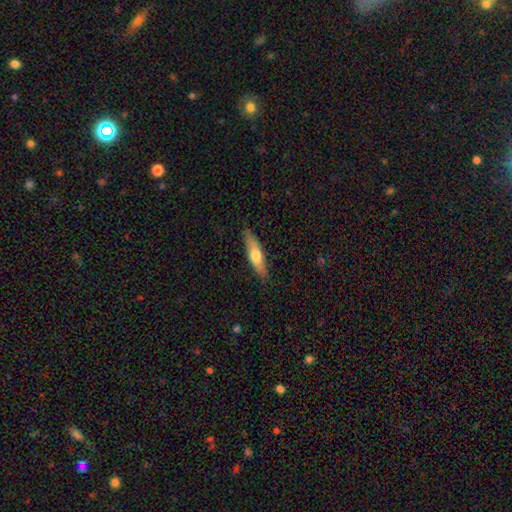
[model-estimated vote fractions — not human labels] Morphology: type=smooth (59%); roundness=cigar-shaped (70%); merging=none (87%).